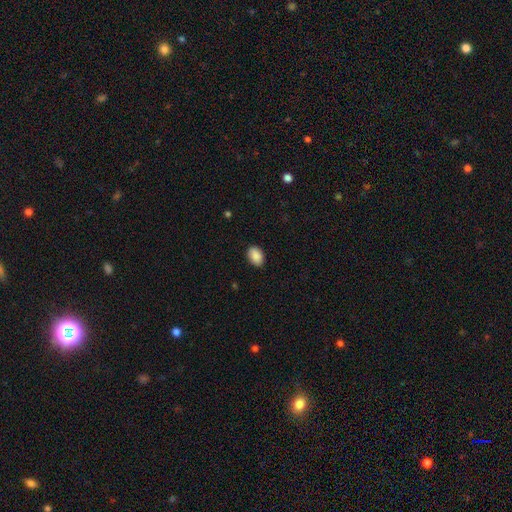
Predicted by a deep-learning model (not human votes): This is clearly a smooth galaxy (90%). How rounded: clearly in between (84%). Merging: clearly none (88%).